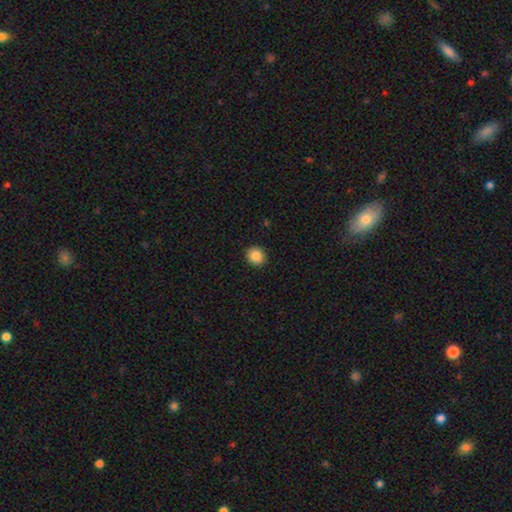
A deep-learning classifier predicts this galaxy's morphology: Smooth or featured: smooth — 85% (star or artifact — 10%)
How rounded: round — 89% (in between — 10%)
Merging: none — 91% (minor disturbance — 7%)